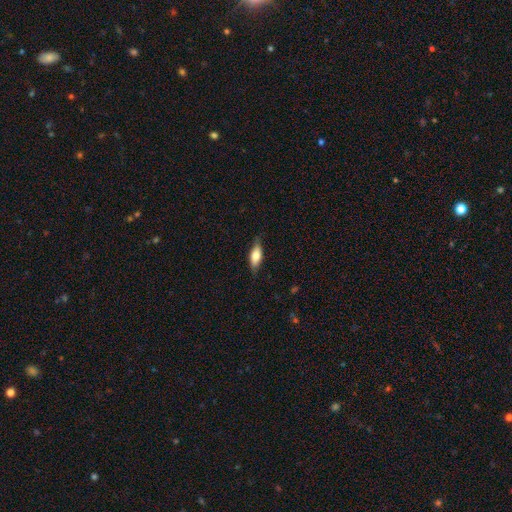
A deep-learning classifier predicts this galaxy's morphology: A smooth galaxy with no disk features (68%) that is in between round and cigar-shaped (71%).

Vote fractions:
- Smooth or featured? smooth: 68% / featured or disk: 26% / star or artifact: 7%
- How rounded? in between: 71% / cigar-shaped: 26% / round: 3%
- Merging? none: 78% / minor disturbance: 17% / major disturbance: 3% / merger: 1%